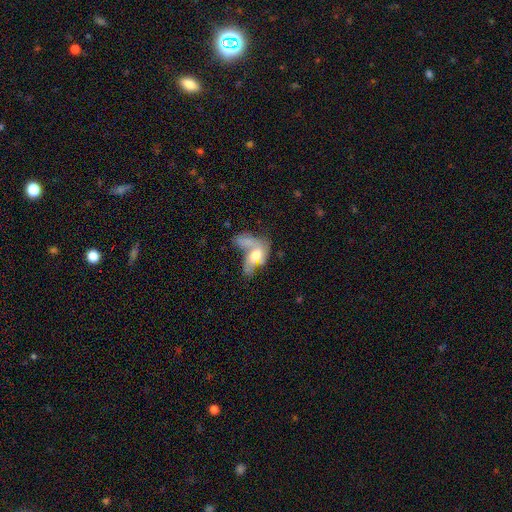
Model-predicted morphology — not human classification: smooth-or-featured: smooth: 50% | featured or disk: 41% | star or artifact: 9%
  how-rounded: in between: 85% | round: 9% | cigar-shaped: 6%
  merging: merger: 56% | major disturbance: 22% | none: 13% | minor disturbance: 10%